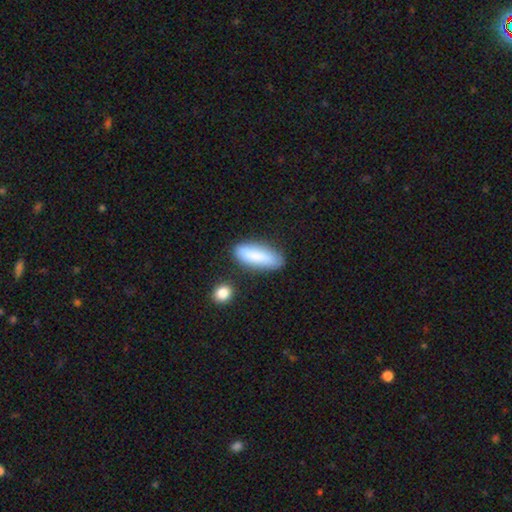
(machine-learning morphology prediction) A smooth galaxy with no disk features (83%) that is in between round and cigar-shaped (54%).

Vote fractions:
- Smooth or featured? smooth: 83% / featured or disk: 11% / star or artifact: 7%
- How rounded? in between: 54% / cigar-shaped: 44% / round: 2%
- Merging? none: 77% / minor disturbance: 15% / merger: 5% / major disturbance: 4%